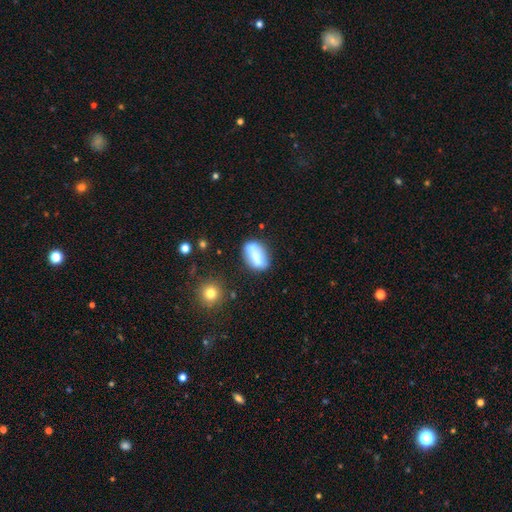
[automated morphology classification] Smooth or featured: smooth — 64% (featured or disk — 28%)
How rounded: in between — 79% (cigar-shaped — 13%)
Merging: none — 62% (minor disturbance — 20%)